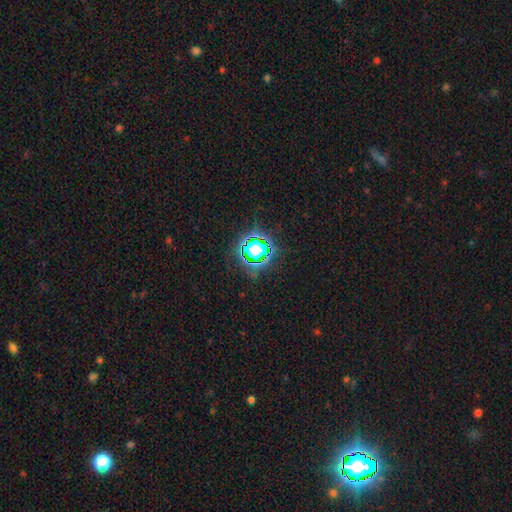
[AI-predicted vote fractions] This appears to be a star or artifact, not a galaxy (73%).